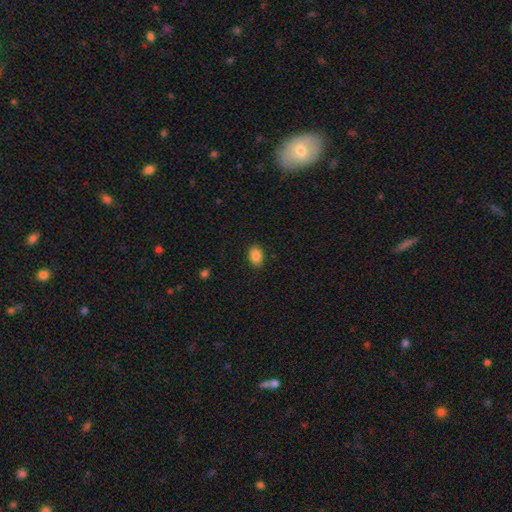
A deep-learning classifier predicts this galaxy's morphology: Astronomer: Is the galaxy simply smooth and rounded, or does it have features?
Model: smooth — 87%.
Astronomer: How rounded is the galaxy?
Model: in between — 85%.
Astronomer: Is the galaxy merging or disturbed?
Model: none — 89%.